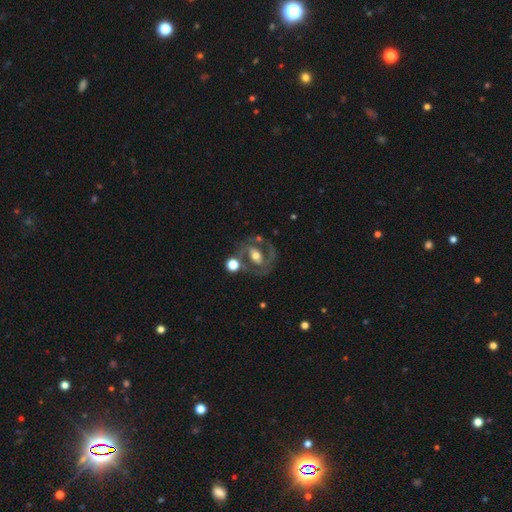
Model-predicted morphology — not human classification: type=featured or disk (76%); edge-on=no (96%); bar=no (38%); spiral arms=yes (77%); winding=medium (49%); arm count=2 (82%); bulge=moderate (66%); merging=none (62%).